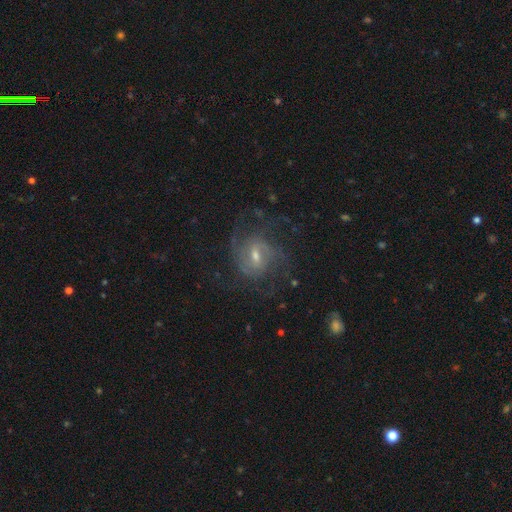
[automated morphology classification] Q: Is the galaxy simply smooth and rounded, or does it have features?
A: featured or disk — 82%.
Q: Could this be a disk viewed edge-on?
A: no — 97%.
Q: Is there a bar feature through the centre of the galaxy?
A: weak — 58%.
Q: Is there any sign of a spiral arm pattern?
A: yes — 94%.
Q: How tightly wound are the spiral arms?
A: medium — 46%.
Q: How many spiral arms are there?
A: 2 — 33%.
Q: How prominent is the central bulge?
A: moderate — 47%, tied with small.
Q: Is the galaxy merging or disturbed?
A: none — 66%.